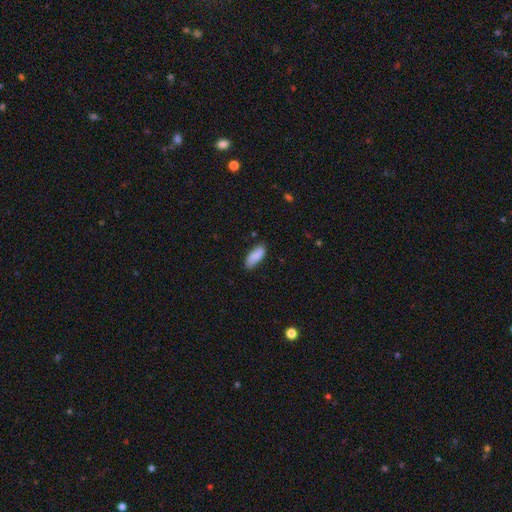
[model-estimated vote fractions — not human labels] Smooth or featured? Predicted: smooth (p=0.84). How rounded? Predicted: in between (p=0.77). Merging? Predicted: none (p=0.77).